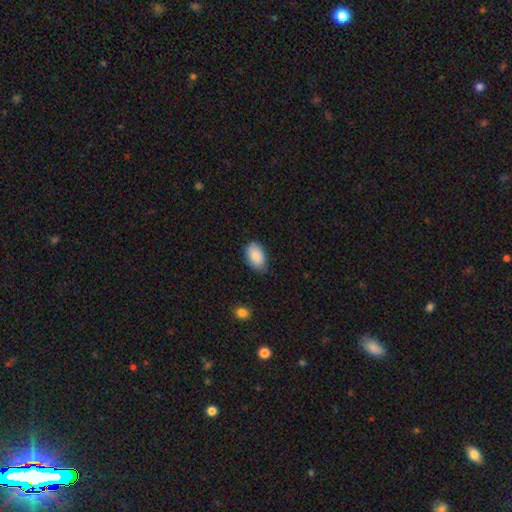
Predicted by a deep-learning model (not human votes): A smooth galaxy with no disk features (87%) that is in between round and cigar-shaped (92%).

Vote fractions:
- Smooth or featured? smooth: 87% / star or artifact: 7% / featured or disk: 7%
- How rounded? in between: 92% / round: 7% / cigar-shaped: 1%
- Merging? none: 72% / minor disturbance: 24% / major disturbance: 3% / merger: 1%